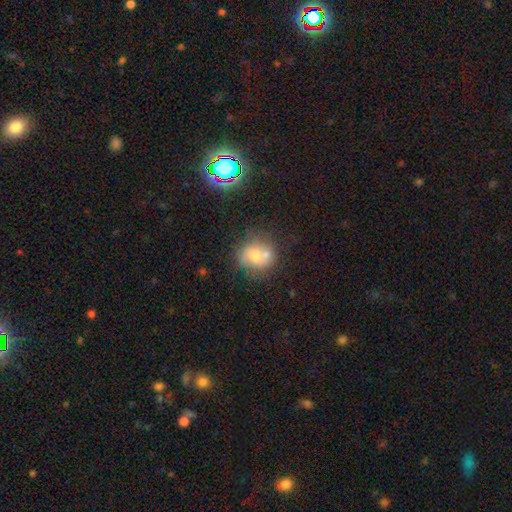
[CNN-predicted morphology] Q: Smooth or featured?
A: smooth (60%); runner-up: featured or disk (27%)
Q: How rounded?
A: round (77%); runner-up: in between (22%)
Q: Merging?
A: none (48%); runner-up: merger (30%)